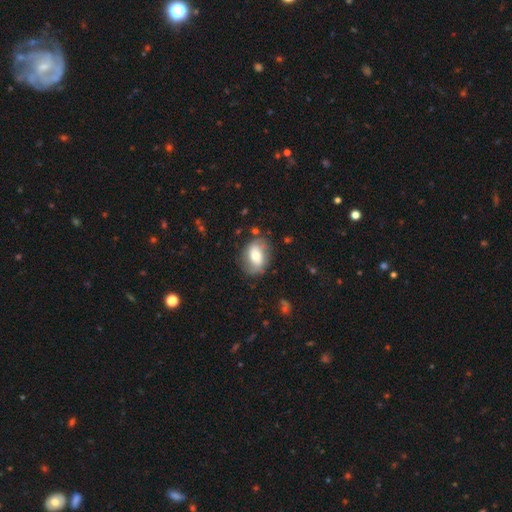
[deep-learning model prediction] Morphology: type=smooth (62%); roundness=in between (72%); merging=none (74%).